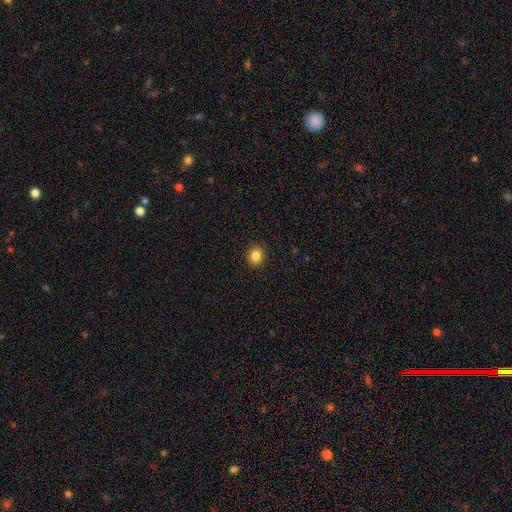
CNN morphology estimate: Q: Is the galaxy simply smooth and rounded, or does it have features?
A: smooth — 84%.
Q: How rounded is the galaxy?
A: round — 63%.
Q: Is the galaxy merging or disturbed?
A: none — 91%.